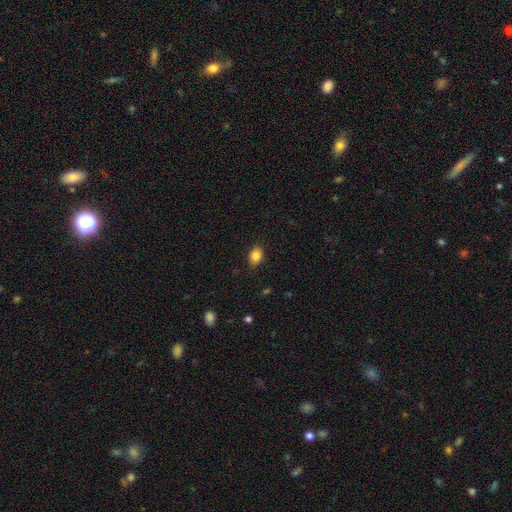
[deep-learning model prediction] smooth 86%, star or artifact 9%, featured or disk 5%. Down the decision tree: how rounded — in between (79%); merging — none (86%).